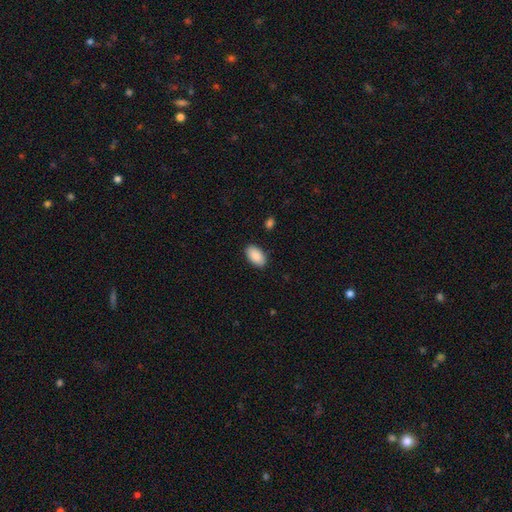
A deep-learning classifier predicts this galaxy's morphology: smooth_or_featured: smooth (p=0.91) [alt: star or artifact p=0.06]
how_rounded: in between (p=0.95) [alt: round p=0.03]
merging: none (p=0.89) [alt: minor disturbance p=0.08]